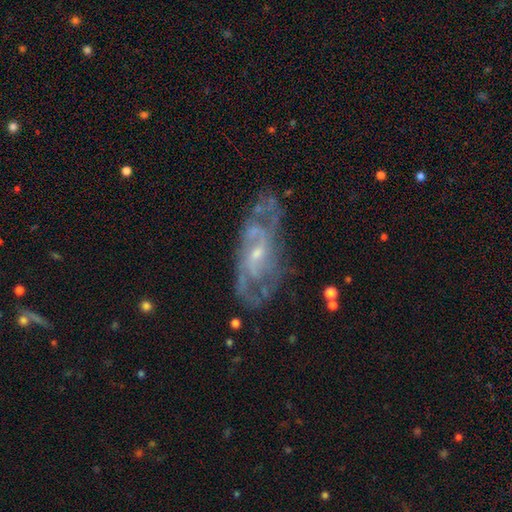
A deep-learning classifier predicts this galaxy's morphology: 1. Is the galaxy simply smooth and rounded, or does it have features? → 84% featured or disk, 9% smooth, 7% star or artifact.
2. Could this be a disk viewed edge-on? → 92% no, 8% yes.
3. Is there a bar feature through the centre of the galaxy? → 46% weak, 44% no, 10% strong.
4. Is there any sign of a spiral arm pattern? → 89% yes, 11% no.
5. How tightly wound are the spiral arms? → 46% medium, 36% tight, 18% loose.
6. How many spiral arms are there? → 38% 2, 33% can't tell, 14% 3, 6% 4, 4% 1, 4% more than 4.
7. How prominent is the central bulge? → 66% small, 28% moderate, 4% none, 1% large, 1% dominant.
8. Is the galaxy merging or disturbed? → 67% none, 20% minor disturbance, 11% major disturbance, 3% merger.